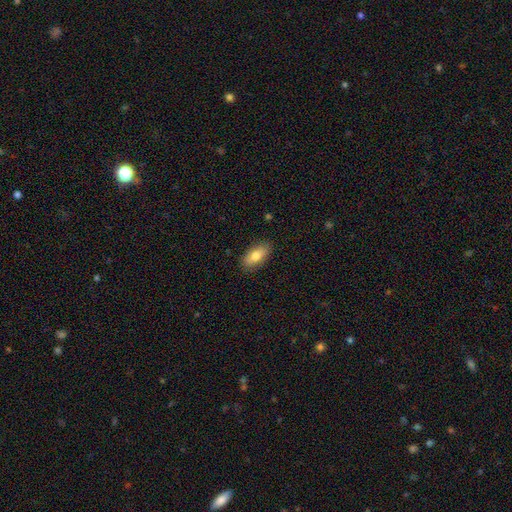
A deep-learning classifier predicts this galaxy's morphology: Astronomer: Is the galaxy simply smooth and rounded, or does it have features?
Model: smooth — 77%.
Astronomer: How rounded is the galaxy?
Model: in between — 87%.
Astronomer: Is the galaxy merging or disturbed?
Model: none — 87%.